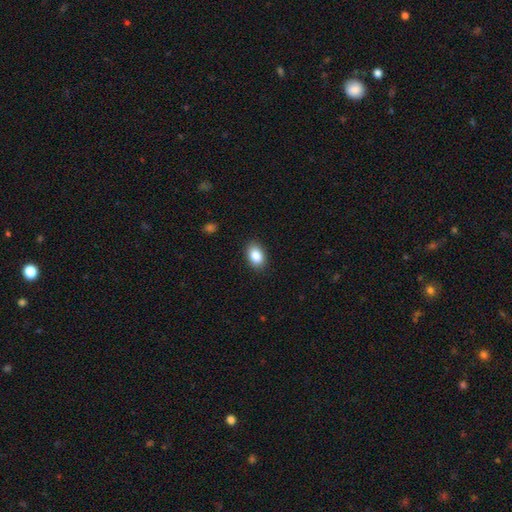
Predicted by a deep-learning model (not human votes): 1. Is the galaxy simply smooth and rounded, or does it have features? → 87% smooth, 8% star or artifact, 5% featured or disk.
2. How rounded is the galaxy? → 87% in between, 12% round, 1% cigar-shaped.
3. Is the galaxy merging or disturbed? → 89% none, 8% minor disturbance, 2% major disturbance, 1% merger.